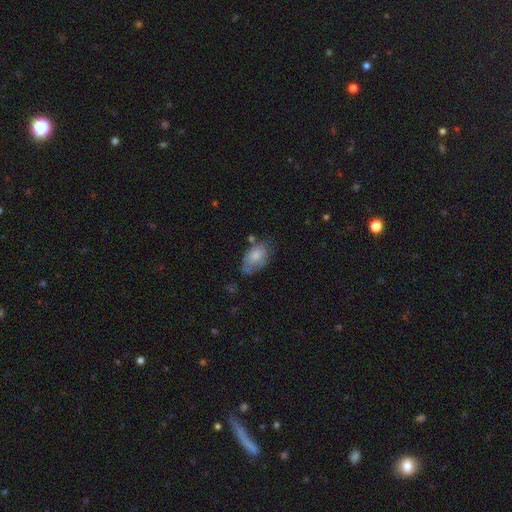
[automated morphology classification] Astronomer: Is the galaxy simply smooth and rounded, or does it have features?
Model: smooth — 71%.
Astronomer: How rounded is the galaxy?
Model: in between — 91%.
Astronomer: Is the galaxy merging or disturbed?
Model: none — 47% (runner-up: minor disturbance, 33%).